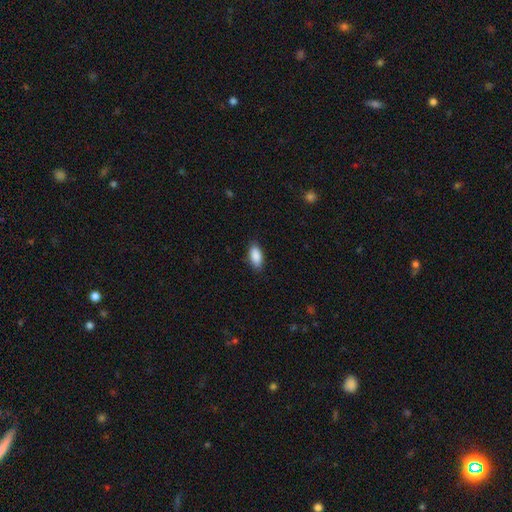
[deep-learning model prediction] smooth_or_featured: smooth (p=0.90) [alt: star or artifact p=0.06]
how_rounded: in between (p=0.90) [alt: cigar-shaped p=0.08]
merging: none (p=0.87) [alt: minor disturbance p=0.10]